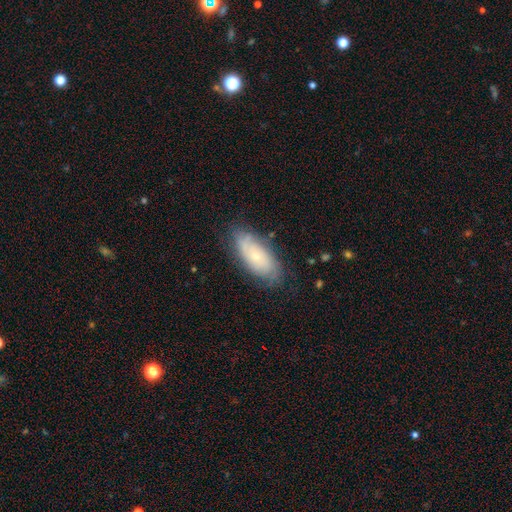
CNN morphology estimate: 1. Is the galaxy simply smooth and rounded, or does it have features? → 51% featured or disk, 41% smooth, 8% star or artifact.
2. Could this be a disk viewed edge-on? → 89% no, 11% yes.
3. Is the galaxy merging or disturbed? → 75% none, 19% minor disturbance, 5% major disturbance, 2% merger.